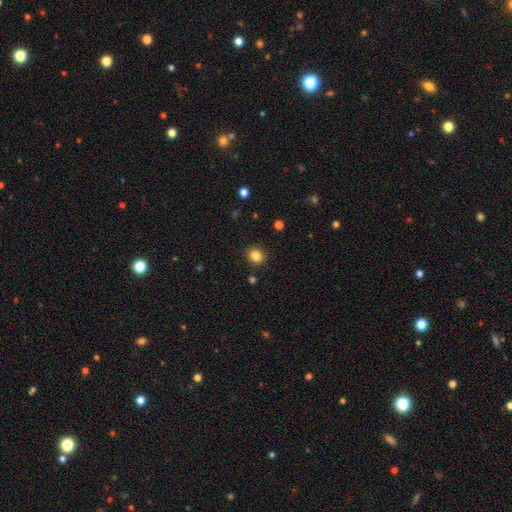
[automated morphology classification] This appears to be a smooth galaxy with no disk features (84%) that is round (72%). Merging: none (89%).